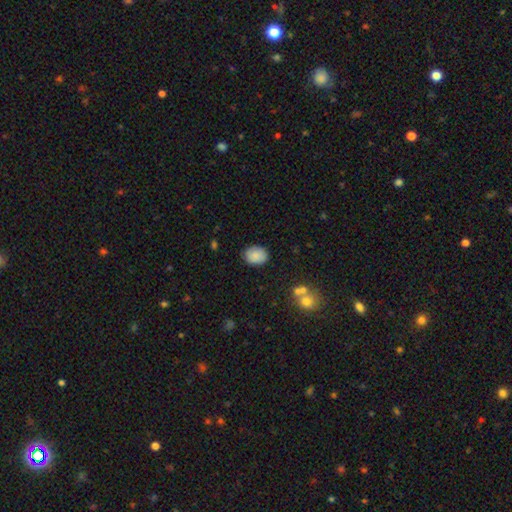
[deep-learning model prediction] Q: Smooth or featured?
A: smooth (84%); runner-up: featured or disk (9%)
Q: How rounded?
A: in between (63%); runner-up: round (36%)
Q: Merging?
A: none (83%); runner-up: minor disturbance (12%)